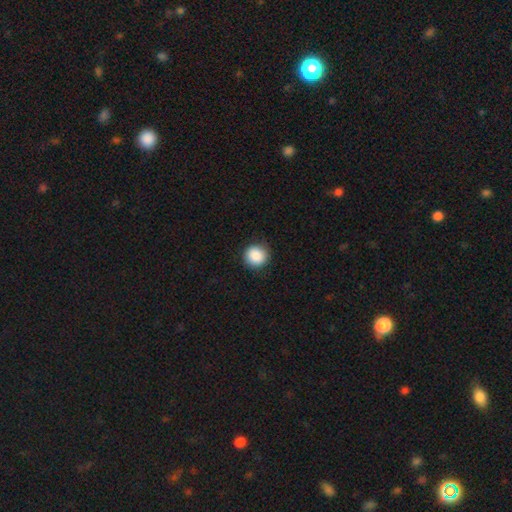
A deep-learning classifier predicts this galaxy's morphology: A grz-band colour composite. It shows a smooth galaxy with no disk features (88%) that is round (93%). Merging: none (90%).